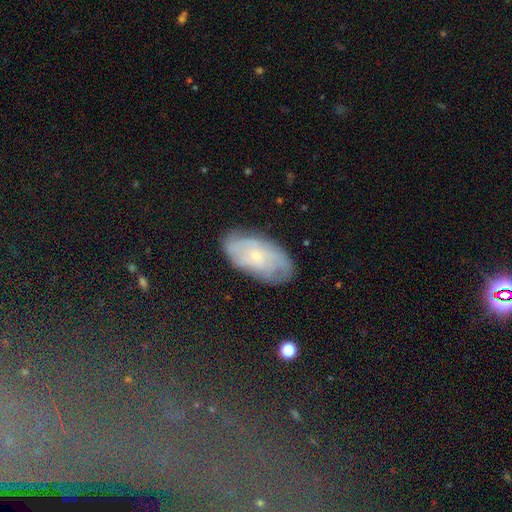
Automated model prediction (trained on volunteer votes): This is possibly a featured or disk galaxy (58%). It is clearly not viewed edge-on (93%). Bar: clearly no (82%). Spiral arm pattern: likely yes (73%). Central bulge: clearly small (80%). Merging: likely none (77%).